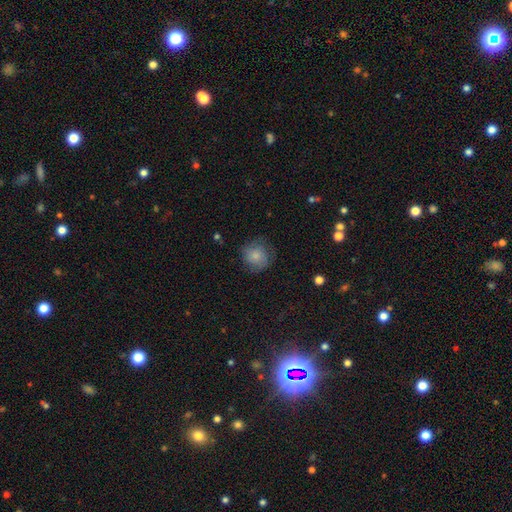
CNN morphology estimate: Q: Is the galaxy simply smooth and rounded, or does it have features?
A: smooth — 74%.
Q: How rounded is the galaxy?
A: round — 89%.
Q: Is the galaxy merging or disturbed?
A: none — 70%.